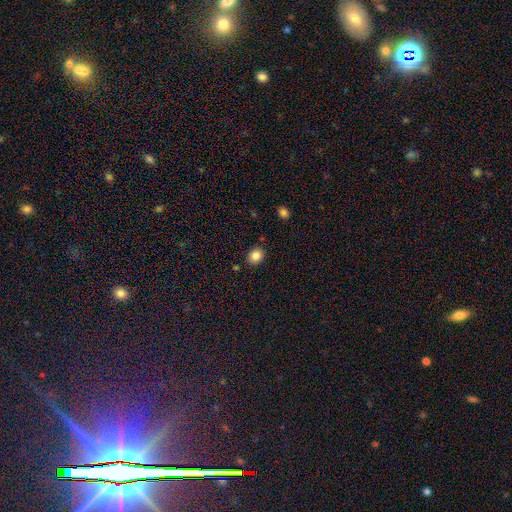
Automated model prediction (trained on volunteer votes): smooth 85%, star or artifact 10%, featured or disk 6%. Down the decision tree: how rounded — round (53%); merging — none (86%).